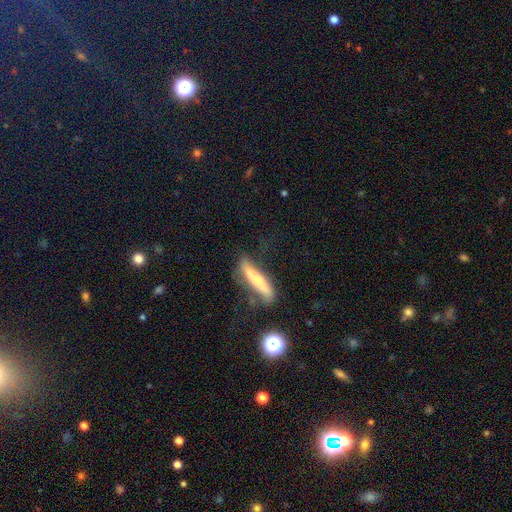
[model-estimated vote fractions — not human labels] smooth_or_featured: featured or disk (p=0.42) [alt: smooth p=0.33]
merging: none (p=0.69) [alt: minor disturbance p=0.17]